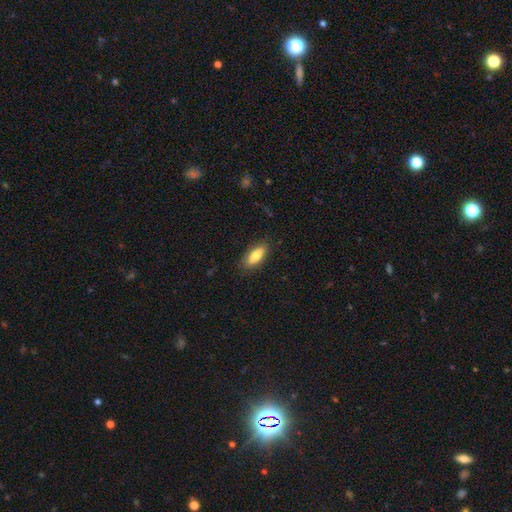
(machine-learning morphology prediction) Smooth or featured? Predicted: smooth (p=0.76). How rounded? Predicted: in between (p=0.80). Merging? Predicted: none (p=0.85).